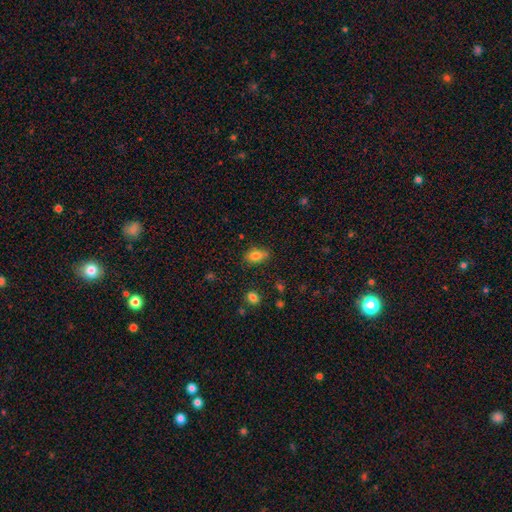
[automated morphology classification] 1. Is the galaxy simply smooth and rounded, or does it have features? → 81% smooth, 10% star or artifact, 10% featured or disk.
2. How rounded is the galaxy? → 84% in between, 12% round, 4% cigar-shaped.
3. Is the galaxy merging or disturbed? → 69% none, 23% minor disturbance, 5% major disturbance, 4% merger.